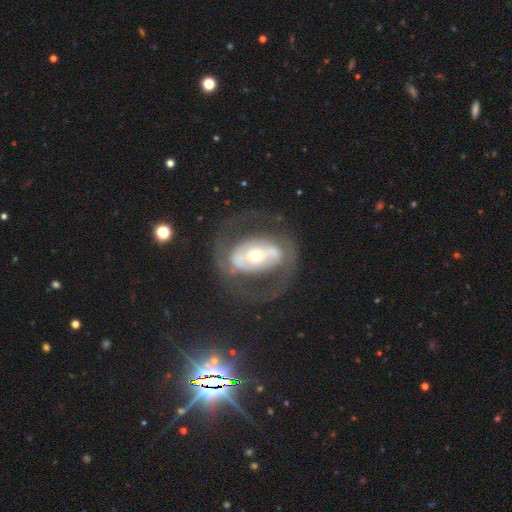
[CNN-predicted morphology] A featured or disk galaxy (80%) with a strong bar (42%), spiral arms (65%) and a moderate central bulge (50%). Merging: none (67%).